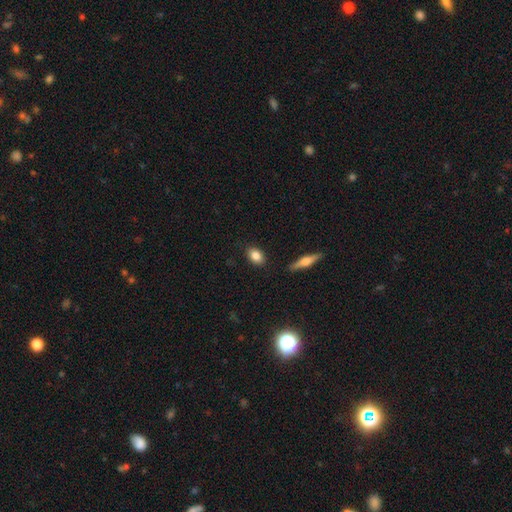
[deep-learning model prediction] Smooth or featured? smooth (84%)
How rounded? in between (77%)
Merging? none (87%)